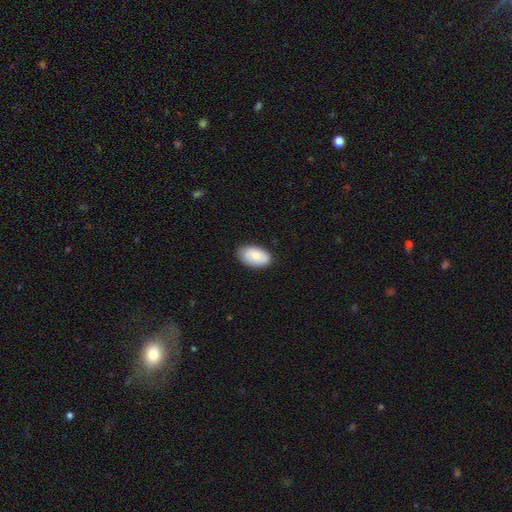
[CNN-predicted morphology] Q: Smooth or featured?
A: smooth (78%); runner-up: featured or disk (16%)
Q: How rounded?
A: in between (94%); runner-up: round (5%)
Q: Merging?
A: none (84%); runner-up: minor disturbance (13%)